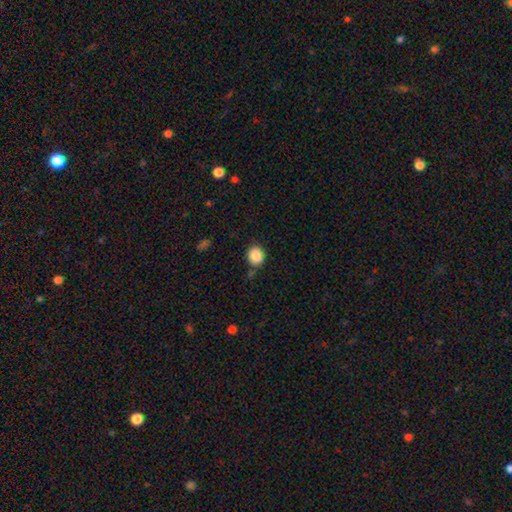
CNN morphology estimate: smooth 88%, star or artifact 9%, featured or disk 4%. Down the decision tree: how rounded — round (69%); merging — none (80%).